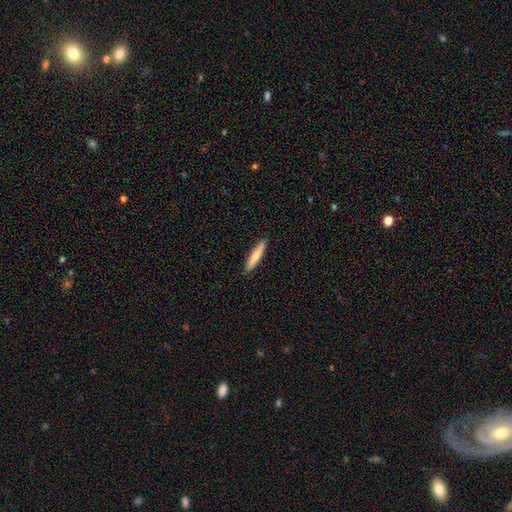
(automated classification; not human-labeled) Morphology: type=smooth (73%); roundness=cigar-shaped (89%); merging=none (91%).